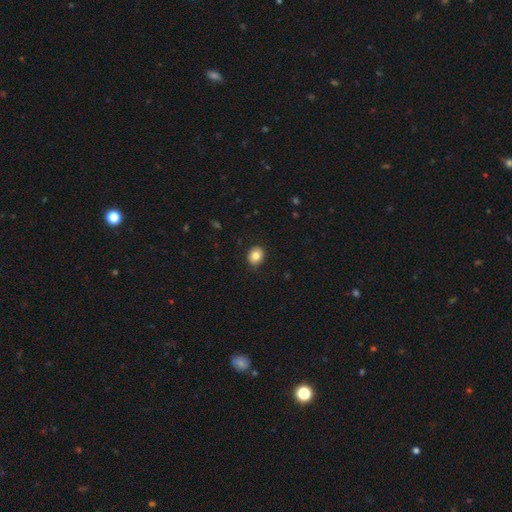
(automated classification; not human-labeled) Morphology: type=smooth (83%); roundness=round (59%); merging=none (88%).